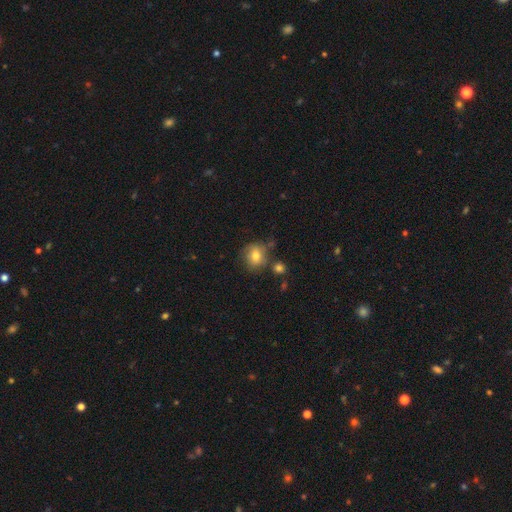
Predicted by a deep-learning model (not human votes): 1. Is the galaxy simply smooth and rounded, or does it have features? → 74% smooth, 15% featured or disk, 11% star or artifact.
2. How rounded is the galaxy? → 77% round, 22% in between, 1% cigar-shaped.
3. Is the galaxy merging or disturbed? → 67% none, 19% minor disturbance, 9% merger, 6% major disturbance.